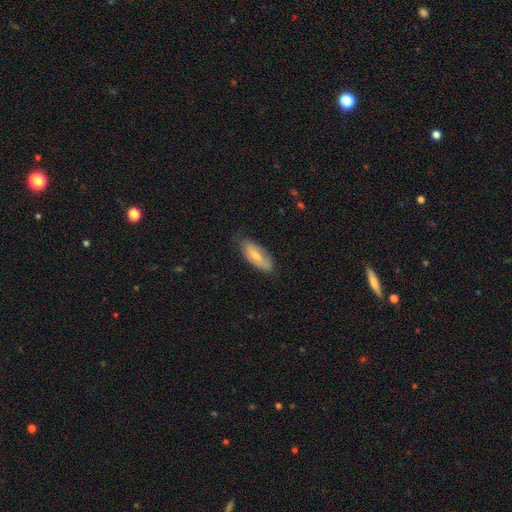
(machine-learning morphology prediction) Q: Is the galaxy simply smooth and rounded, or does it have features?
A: smooth — 60%.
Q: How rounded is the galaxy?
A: in between — 82%.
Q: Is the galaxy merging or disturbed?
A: none — 68%.